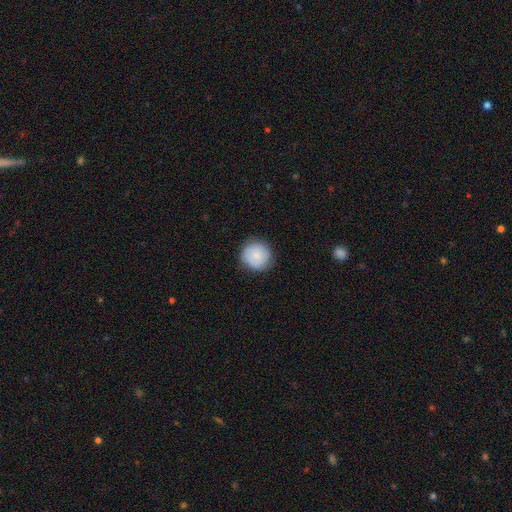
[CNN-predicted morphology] This is clearly a smooth galaxy (80%). How rounded: clearly round (94%). Merging: clearly none (85%).